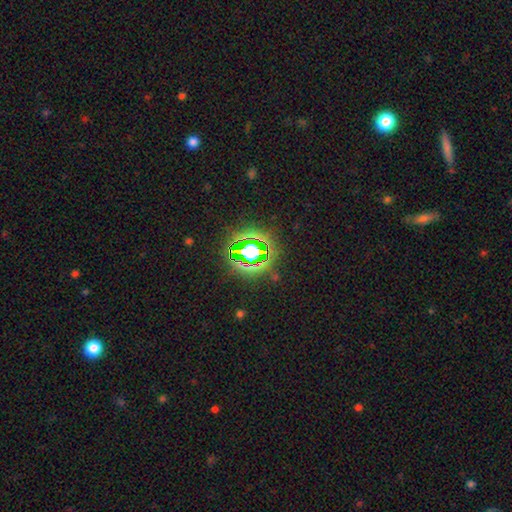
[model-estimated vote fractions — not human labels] Smooth or featured?
  - star or artifact: 71% *
  - smooth: 18%
  - featured or disk: 11%